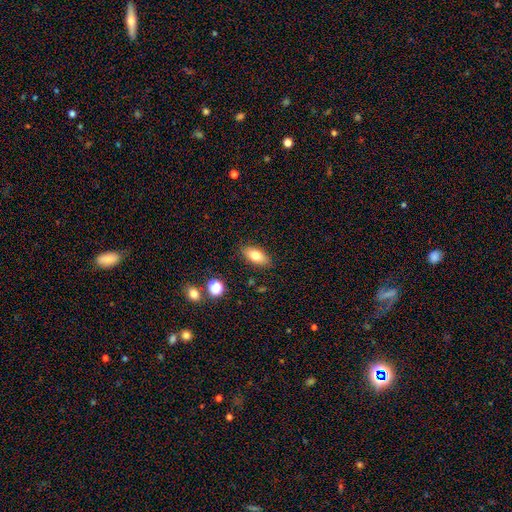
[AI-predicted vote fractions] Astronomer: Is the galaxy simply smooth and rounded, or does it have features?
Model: smooth — 76%.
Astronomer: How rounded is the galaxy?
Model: in between — 86%.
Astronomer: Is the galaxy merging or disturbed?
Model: none — 87%.